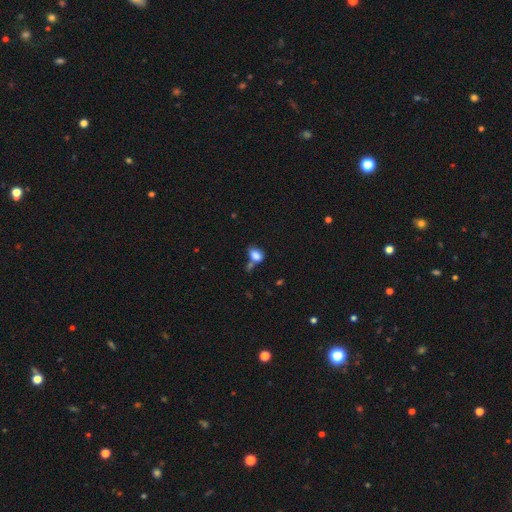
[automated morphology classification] The model was most divided on "merging": none: 44%, merger: 30%, minor disturbance: 18%, major disturbance: 8%. More confident: smooth or featured — smooth (83%); how rounded — in between (82%).